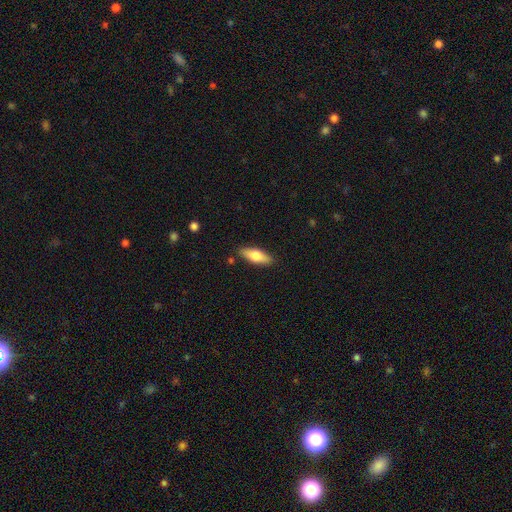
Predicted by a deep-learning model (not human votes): This is likely a smooth galaxy (67%). How rounded: likely in between (64%). Merging: clearly none (86%).